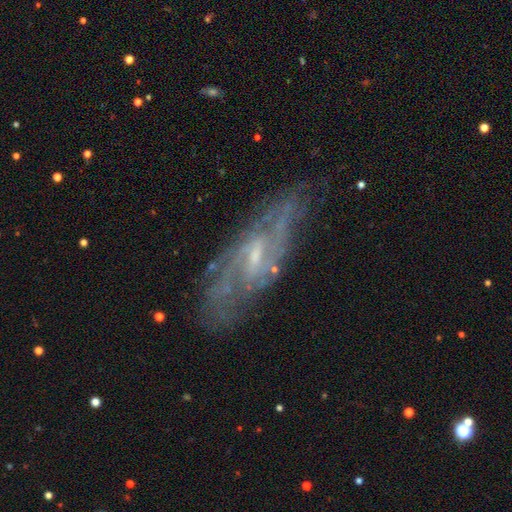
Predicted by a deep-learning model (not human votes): Morphology: type=featured or disk (85%); edge-on=no (86%); bar=weak (55%); spiral arms=yes (90%); winding=medium (43%); arm count=2 (41%); bulge=small (59%); merging=none (71%).